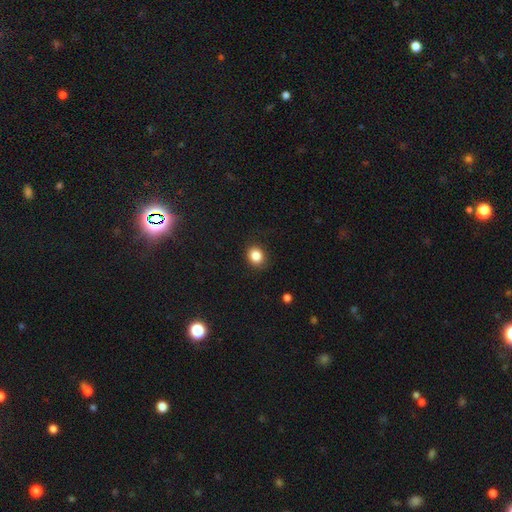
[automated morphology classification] smooth 85%, star or artifact 10%, featured or disk 5%. Down the decision tree: how rounded — round (71%); merging — none (87%).